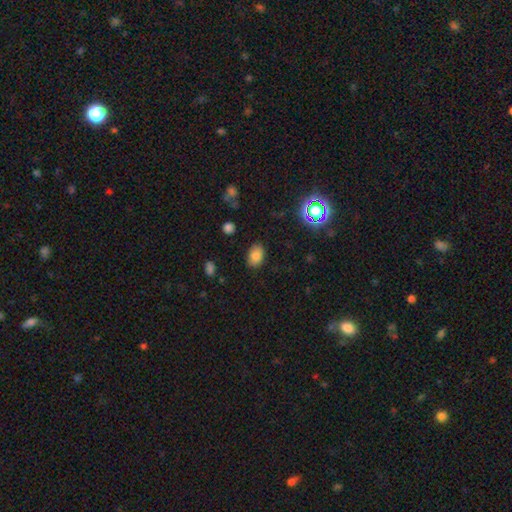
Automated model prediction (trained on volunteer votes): Smooth or featured? Predicted: smooth (p=0.81). How rounded? Predicted: in between (p=0.82). Merging? Predicted: none (p=0.83).